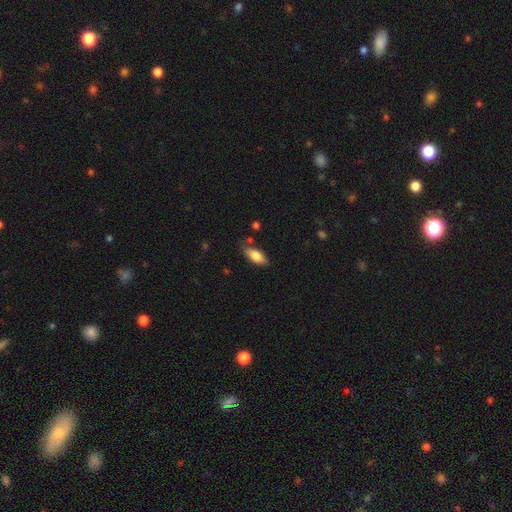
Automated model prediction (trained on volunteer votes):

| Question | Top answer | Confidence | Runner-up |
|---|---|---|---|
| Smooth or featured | smooth | 81% | featured or disk (13%) |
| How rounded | in between | 85% | cigar-shaped (13%) |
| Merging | none | 74% | minor disturbance (19%) |